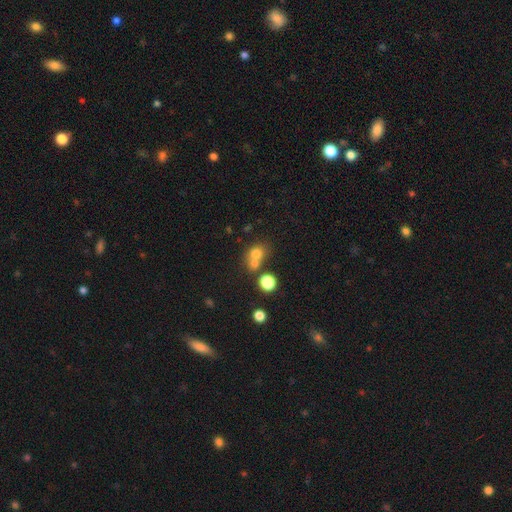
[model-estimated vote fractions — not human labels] A smooth galaxy with no disk features (73%) that is round (70%). Merging: merger (49%).